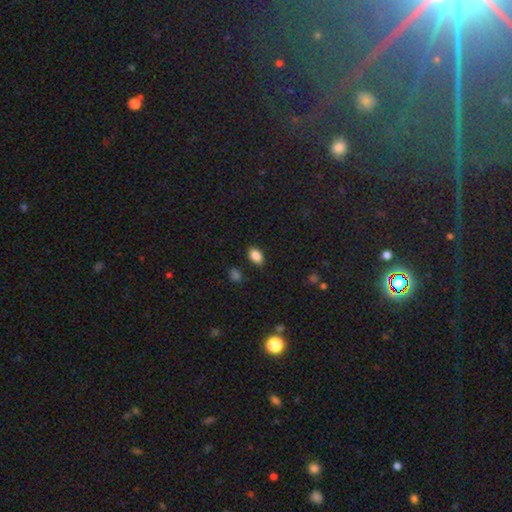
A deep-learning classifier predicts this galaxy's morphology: This is clearly a smooth galaxy (86%). How rounded: clearly in between (86%). Merging: clearly none (85%).